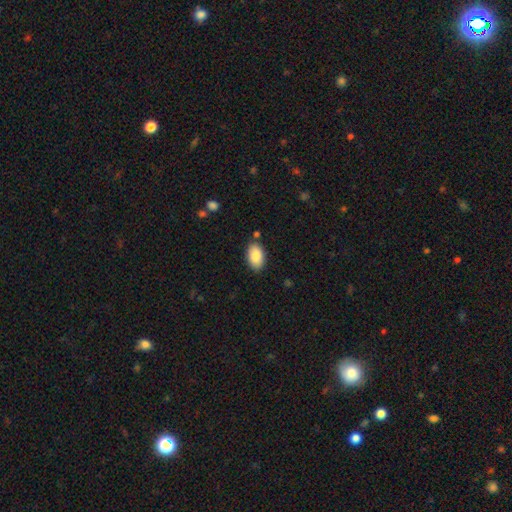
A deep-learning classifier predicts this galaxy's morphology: A smooth galaxy with no disk features (86%) that is in between round and cigar-shaped (93%).

Vote fractions:
- Smooth or featured? smooth: 86% / featured or disk: 7% / star or artifact: 7%
- How rounded? in between: 93% / round: 5% / cigar-shaped: 1%
- Merging? none: 83% / minor disturbance: 12% / merger: 3% / major disturbance: 2%